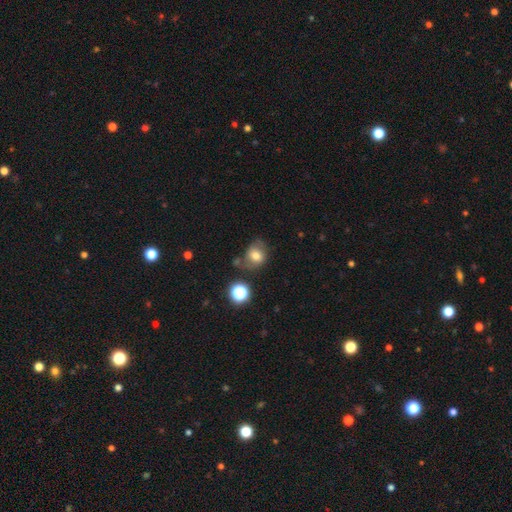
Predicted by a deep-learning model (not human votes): This is likely a smooth galaxy (70%). How rounded: likely round (62%). Merging: possibly none (54%).